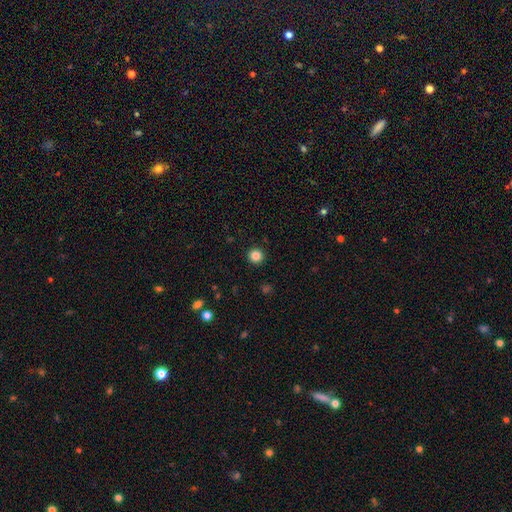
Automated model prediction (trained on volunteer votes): A smooth galaxy with no disk features (84%) that is round (96%). Merging: none (93%).